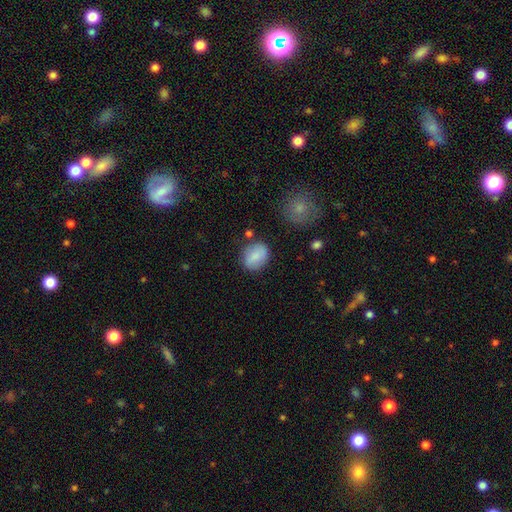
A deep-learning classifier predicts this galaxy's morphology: smooth-or-featured: smooth: 81% | featured or disk: 12% | star or artifact: 7%
  how-rounded: round: 54% | in between: 45% | cigar-shaped: 1%
  merging: none: 76% | minor disturbance: 15% | major disturbance: 4% | merger: 4%